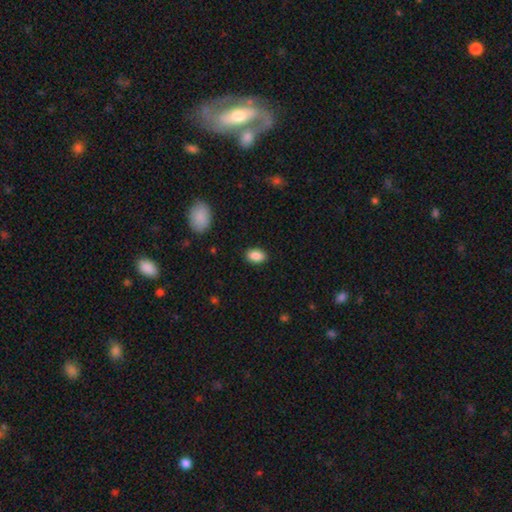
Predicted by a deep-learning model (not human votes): Morphology: type=smooth (89%); roundness=in between (89%); merging=none (88%).